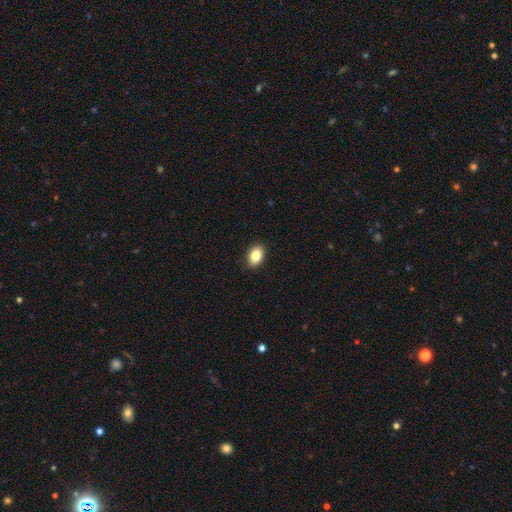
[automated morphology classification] Overall: smooth (85%). How rounded: in between (86%). Merging: none (90%).